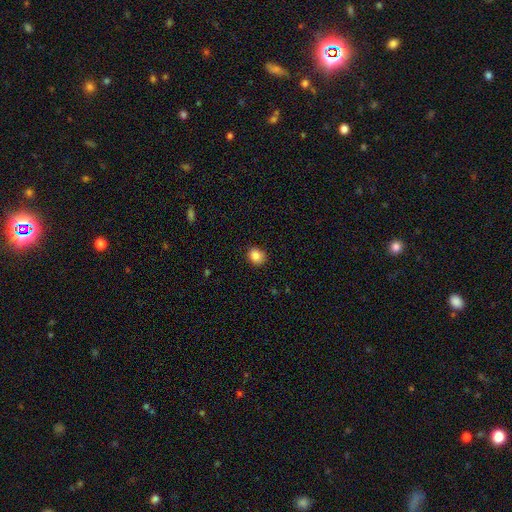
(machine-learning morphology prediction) This appears to be a smooth galaxy with no disk features (86%) that is round (70%). Merging: none (86%).